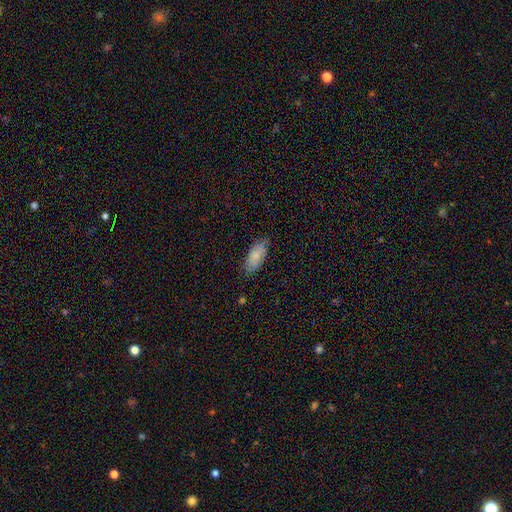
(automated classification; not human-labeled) A smooth galaxy with no disk features (77%) that is in between round and cigar-shaped (87%). Merging: none (79%).